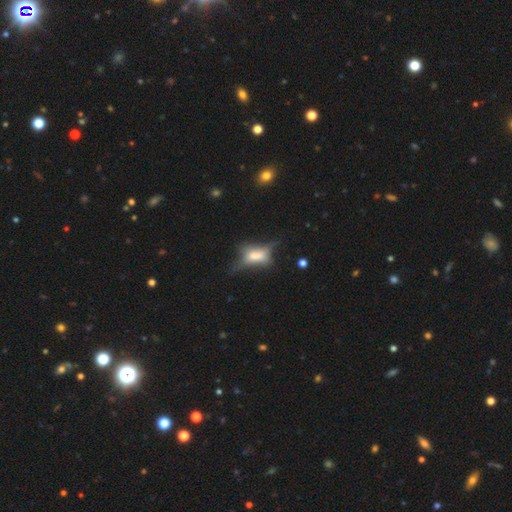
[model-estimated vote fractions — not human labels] Smooth or featured: featured or disk — 46% (smooth — 42%)
Merging: none — 35% (major disturbance — 33%)